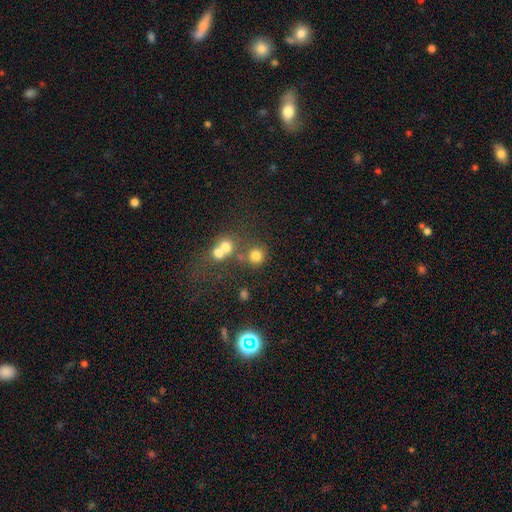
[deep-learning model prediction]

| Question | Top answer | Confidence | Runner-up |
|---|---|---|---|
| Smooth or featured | smooth | 75% | star or artifact (15%) |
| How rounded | round | 90% | in between (9%) |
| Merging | none | 63% | merger (25%) |